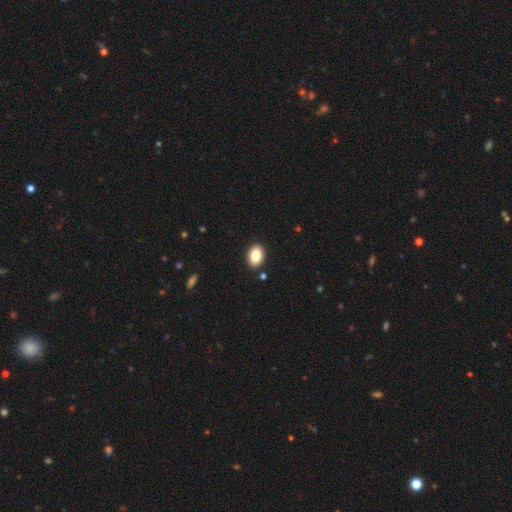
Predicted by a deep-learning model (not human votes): A smooth galaxy with no disk features (84%) that is in between round and cigar-shaped (85%). Merging: none (90%).